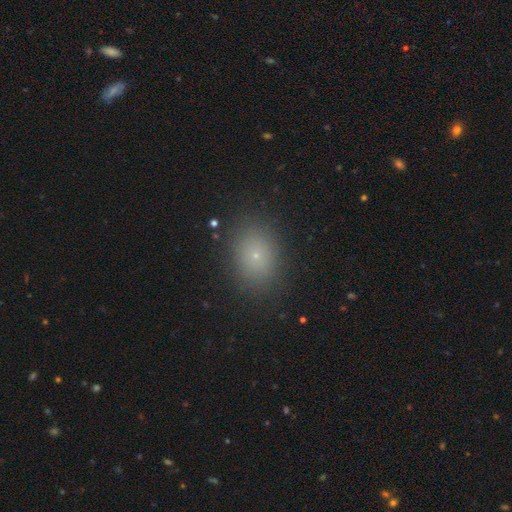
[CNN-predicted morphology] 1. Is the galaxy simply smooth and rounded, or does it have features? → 72% smooth, 17% star or artifact, 11% featured or disk.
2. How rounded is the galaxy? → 62% in between, 36% round, 1% cigar-shaped.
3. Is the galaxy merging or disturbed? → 87% none, 9% minor disturbance, 3% major disturbance, 1% merger.